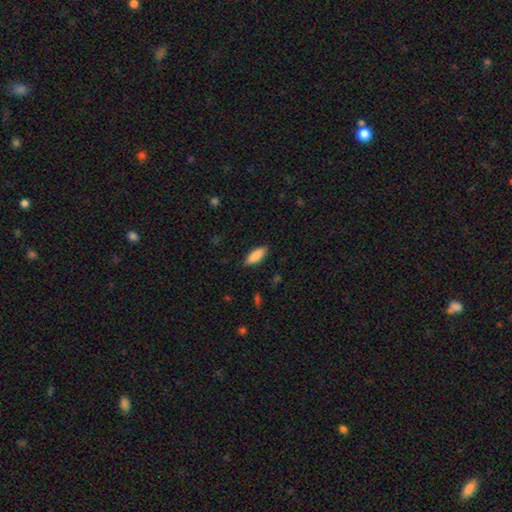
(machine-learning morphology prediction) Smooth or featured?
  - smooth: 87% *
  - featured or disk: 7%
  - star or artifact: 6%
How rounded?
  - in between: 72% *
  - cigar-shaped: 26%
  - round: 2%
Merging?
  - none: 86% *
  - minor disturbance: 10%
  - major disturbance: 2%
  - merger: 1%